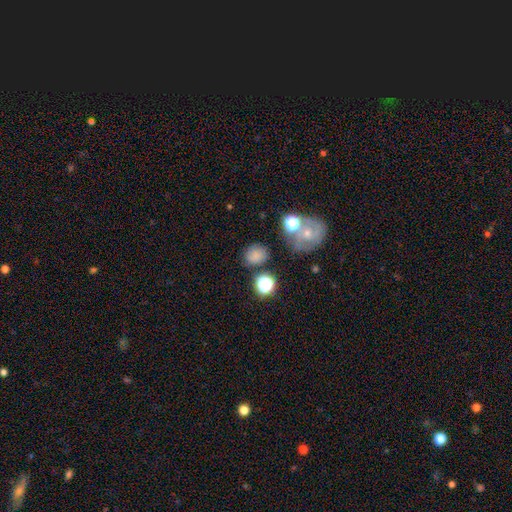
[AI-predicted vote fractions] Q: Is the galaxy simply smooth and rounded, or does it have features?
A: smooth — 74%.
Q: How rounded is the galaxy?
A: round — 68%.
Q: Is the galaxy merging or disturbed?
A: none — 70%.